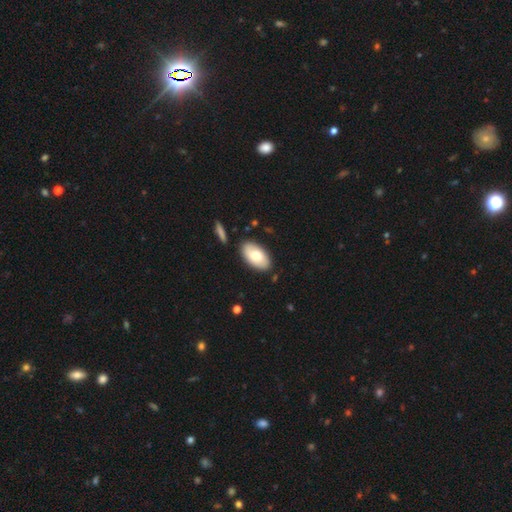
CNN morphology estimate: smooth-or-featured: smooth: 75% | featured or disk: 19% | star or artifact: 6%
  how-rounded: in between: 95% | round: 3% | cigar-shaped: 2%
  merging: none: 85% | minor disturbance: 10% | merger: 3% | major disturbance: 2%